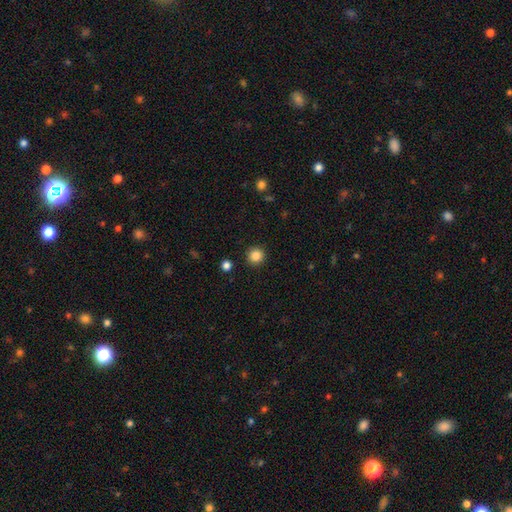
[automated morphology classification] smooth 85%, star or artifact 11%, featured or disk 4%. Down the decision tree: how rounded — round (95%); merging — none (93%).